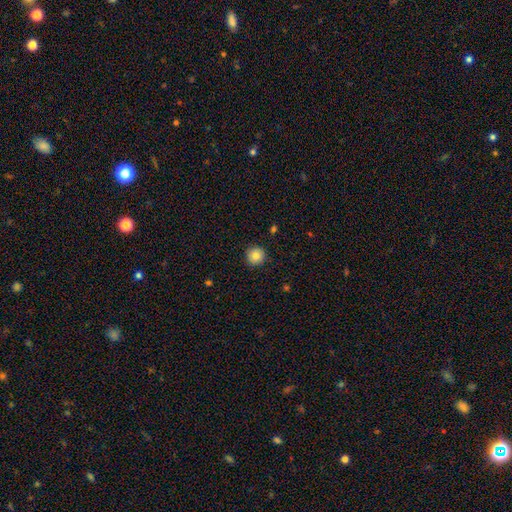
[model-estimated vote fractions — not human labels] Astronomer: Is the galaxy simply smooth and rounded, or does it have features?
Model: smooth — 84%.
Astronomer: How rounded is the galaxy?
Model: round — 94%.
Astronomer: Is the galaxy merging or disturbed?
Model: none — 91%.